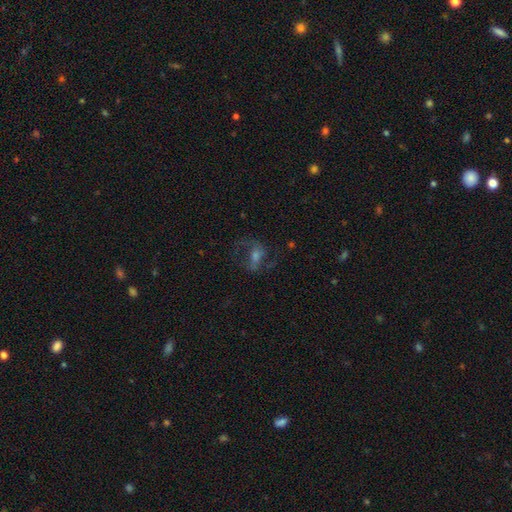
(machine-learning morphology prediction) Smooth or featured?
  - featured or disk: 64% *
  - smooth: 21%
  - star or artifact: 15%
Edge-on disk?
  - no: 95% *
  - yes: 5%
Bar?
  - weak: 42% *
  - no: 34%
  - strong: 24%
Spiral arms?
  - yes: 82% *
  - no: 18%
Bulge size?
  - moderate: 47% *
  - small: 35%
  - large: 9%
  - none: 7%
  - dominant: 2%
Merging?
  - none: 60% *
  - major disturbance: 22%
  - minor disturbance: 16%
  - merger: 2%